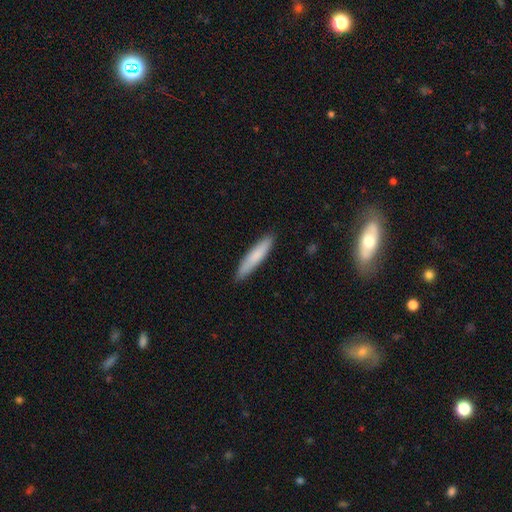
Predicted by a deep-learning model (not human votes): Smooth or featured: smooth — 79% (featured or disk — 16%)
How rounded: cigar-shaped — 87% (in between — 11%)
Merging: none — 88% (minor disturbance — 9%)